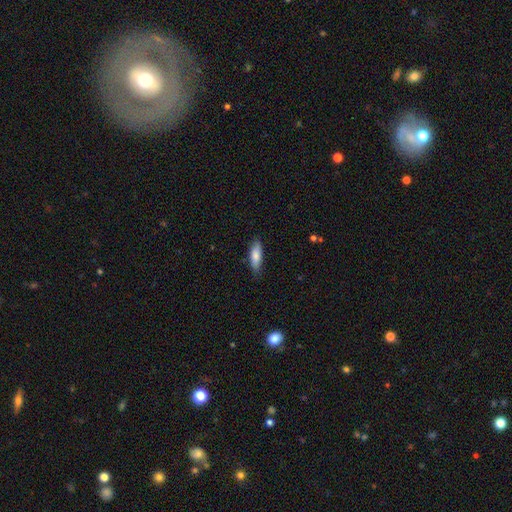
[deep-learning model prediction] Smooth or featured? Predicted: smooth (p=0.81). How rounded? Predicted: in between (p=0.57). Merging? Predicted: none (p=0.80).